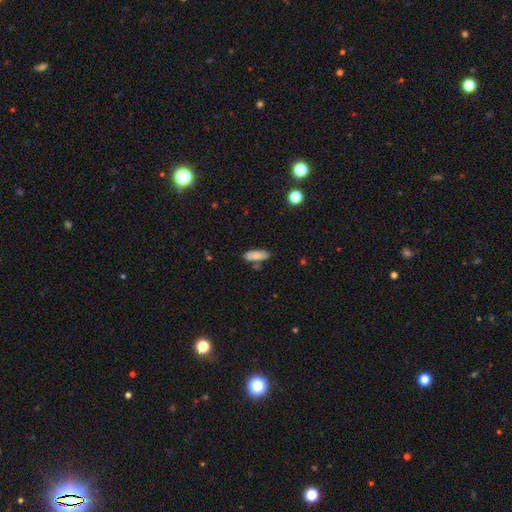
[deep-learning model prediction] Q: Smooth or featured?
A: smooth (84%); runner-up: featured or disk (9%)
Q: How rounded?
A: in between (66%); runner-up: cigar-shaped (32%)
Q: Merging?
A: none (70%); runner-up: minor disturbance (16%)